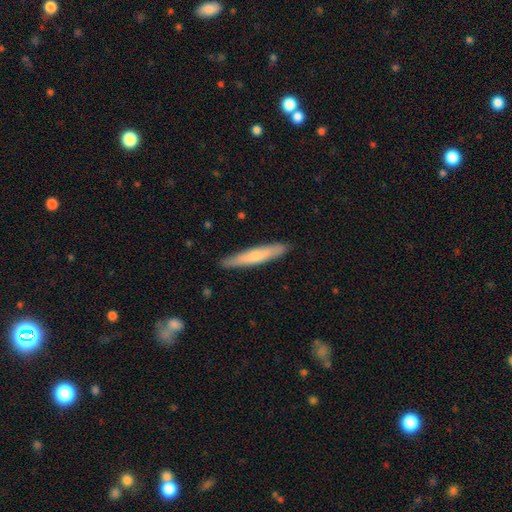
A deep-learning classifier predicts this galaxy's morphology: The model was most divided on "smooth or featured": smooth: 59%, featured or disk: 36%, star or artifact: 5%. More confident: how rounded — cigar-shaped (93%); merging — none (89%).